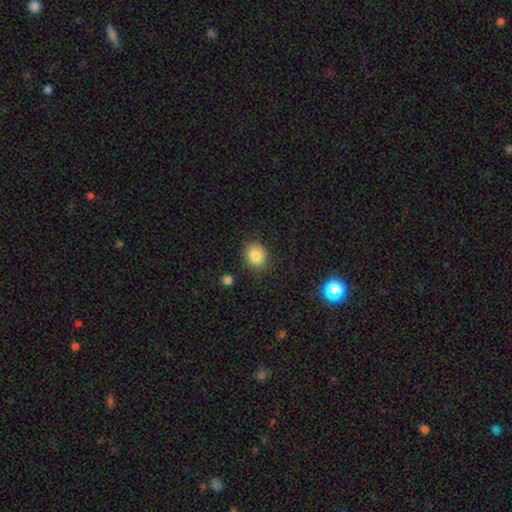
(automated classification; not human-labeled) Smooth or featured?
  - smooth: 85% *
  - star or artifact: 9%
  - featured or disk: 6%
How rounded?
  - round: 64% *
  - in between: 36%
  - cigar-shaped: 1%
Merging?
  - none: 84% *
  - minor disturbance: 11%
  - major disturbance: 3%
  - merger: 2%